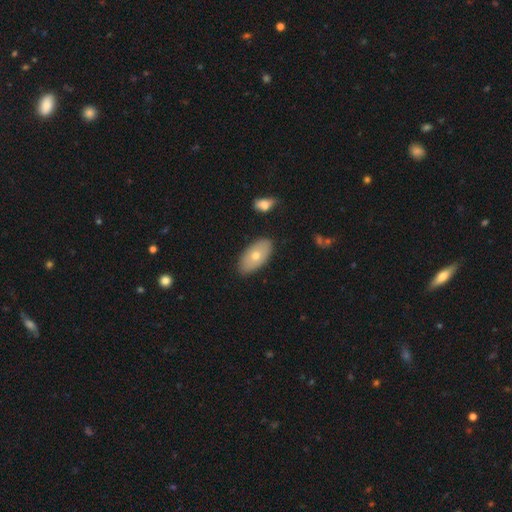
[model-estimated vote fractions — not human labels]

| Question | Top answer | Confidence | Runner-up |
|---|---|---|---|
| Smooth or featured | smooth | 65% | featured or disk (28%) |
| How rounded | in between | 93% | round (4%) |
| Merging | none | 85% | minor disturbance (11%) |